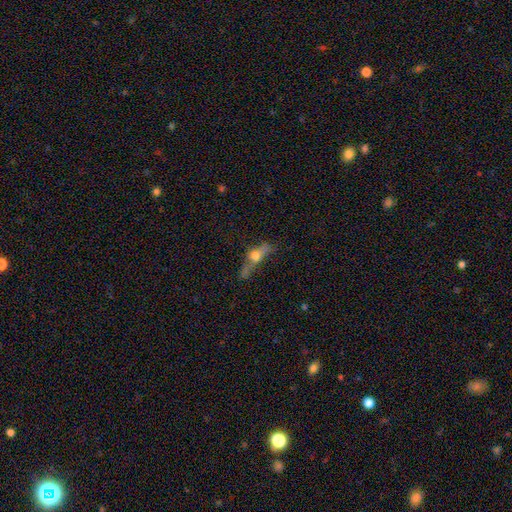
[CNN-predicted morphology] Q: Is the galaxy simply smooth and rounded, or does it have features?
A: featured or disk — 44%.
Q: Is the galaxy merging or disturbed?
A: none — 41%.